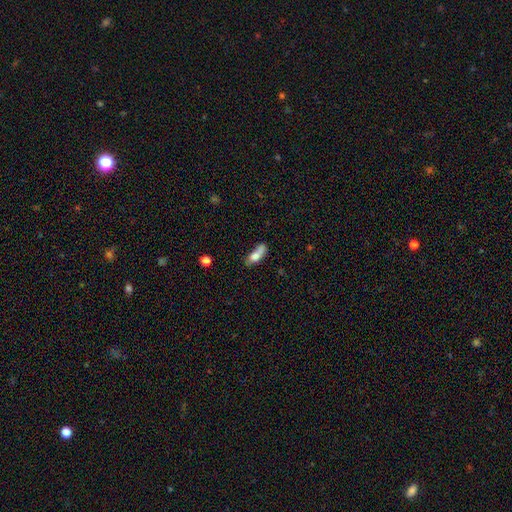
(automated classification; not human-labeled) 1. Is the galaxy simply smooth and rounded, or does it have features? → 72% smooth, 19% featured or disk, 8% star or artifact.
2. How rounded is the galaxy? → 65% in between, 31% cigar-shaped, 4% round.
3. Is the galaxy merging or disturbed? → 40% none, 28% minor disturbance, 16% merger, 15% major disturbance.